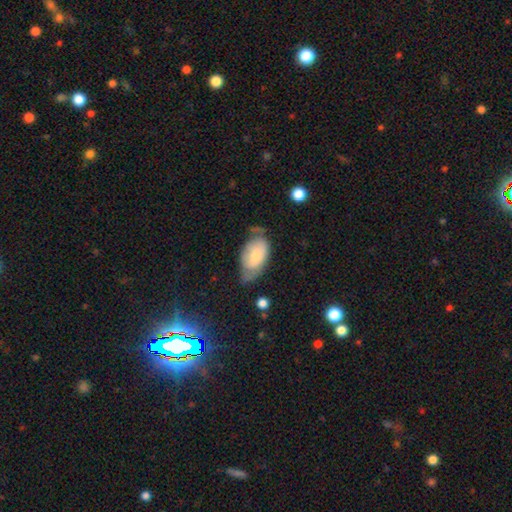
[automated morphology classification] Overall: smooth (69%). How rounded: in between (94%). Merging: minor disturbance (42%; none 36%).